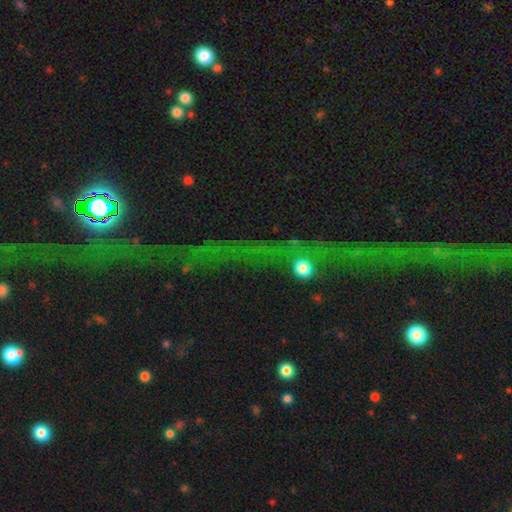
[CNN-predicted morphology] Overall: star or artifact (66%).